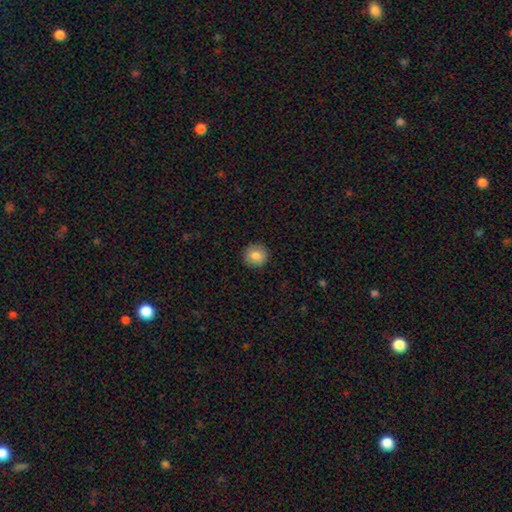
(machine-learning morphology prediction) smooth 84%, star or artifact 8%, featured or disk 7%. Down the decision tree: how rounded — round (92%); merging — none (92%).